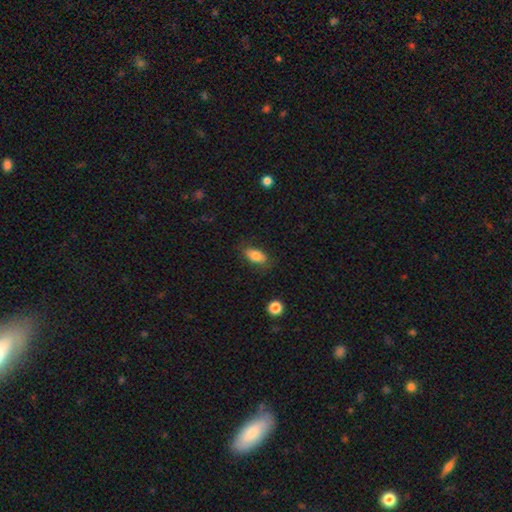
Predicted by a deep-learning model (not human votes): A smooth galaxy with no disk features (80%) that is in between round and cigar-shaped (89%). Merging: none (80%).